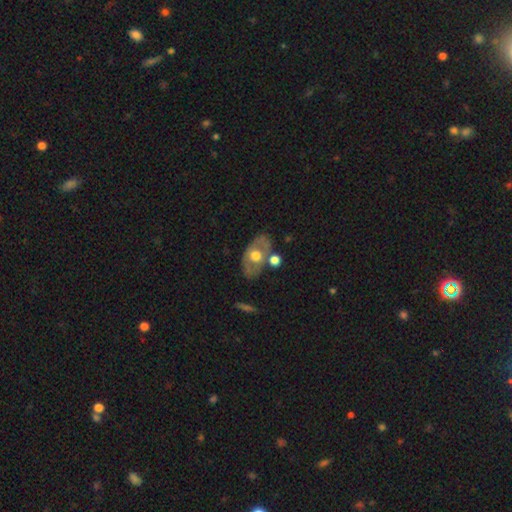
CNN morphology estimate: Smooth or featured?
  - featured or disk: 52% *
  - smooth: 41%
  - star or artifact: 7%
Edge-on disk?
  - no: 87% *
  - yes: 13%
Merging?
  - none: 66% *
  - minor disturbance: 16%
  - merger: 13%
  - major disturbance: 5%